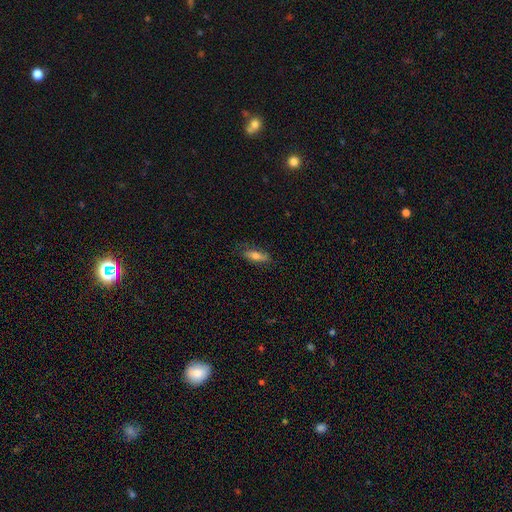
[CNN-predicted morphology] A smooth galaxy with no disk features (68%) that is in between round and cigar-shaped (60%). Merging: none (75%).